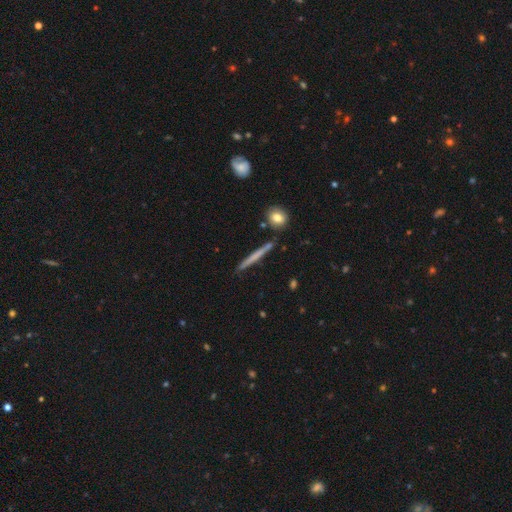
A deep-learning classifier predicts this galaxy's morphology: This appears to be a smooth galaxy with no disk features (51%) that is cigar-shaped (95%). Merging: none (88%).